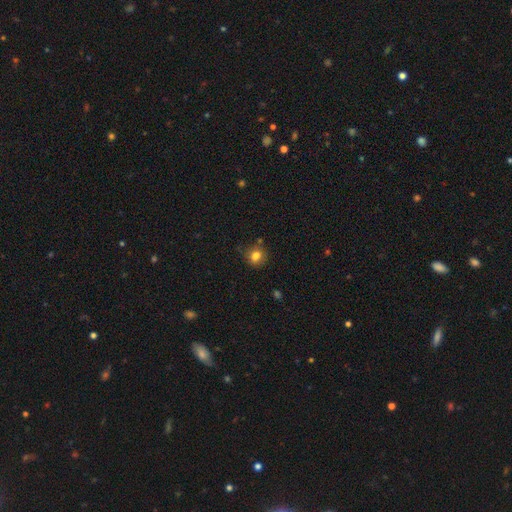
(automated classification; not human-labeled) Smooth or featured? smooth (81%)
How rounded? round (73%)
Merging? none (77%)